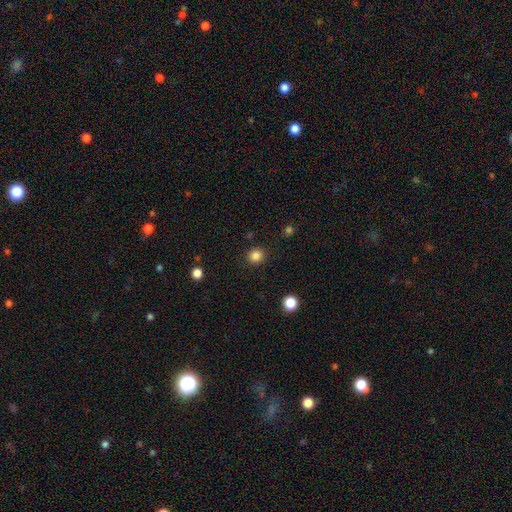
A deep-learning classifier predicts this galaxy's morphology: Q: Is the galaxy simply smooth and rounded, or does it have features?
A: smooth — 85%.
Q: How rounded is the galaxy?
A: round — 88%.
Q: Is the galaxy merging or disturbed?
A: none — 90%.